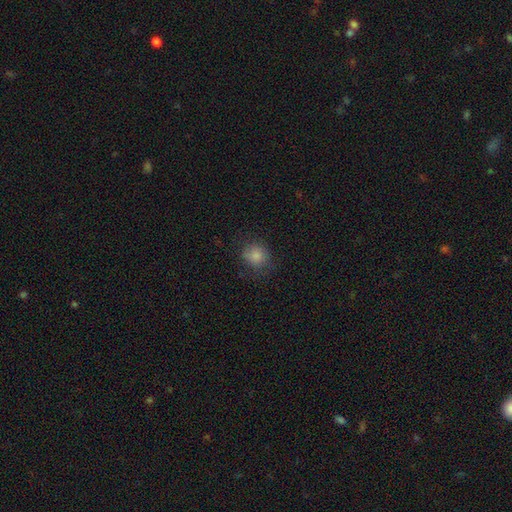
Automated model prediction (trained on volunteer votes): smooth-or-featured: smooth: 84% | star or artifact: 11% | featured or disk: 5%
  how-rounded: round: 78% | in between: 21% | cigar-shaped: 1%
  merging: none: 75% | minor disturbance: 18% | major disturbance: 6% | merger: 1%